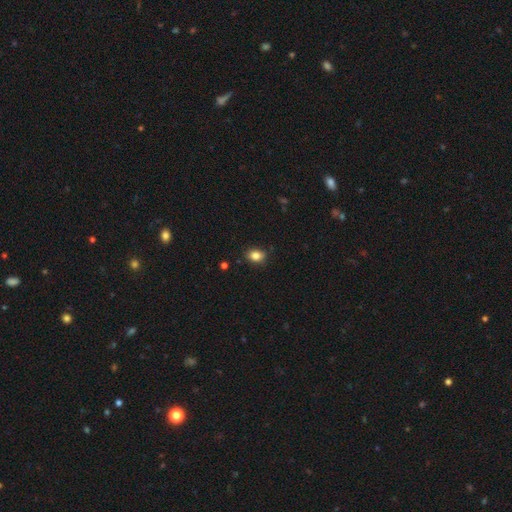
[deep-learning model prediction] A smooth galaxy with no disk features (84%) that is in between round and cigar-shaped (68%). Merging: none (85%).